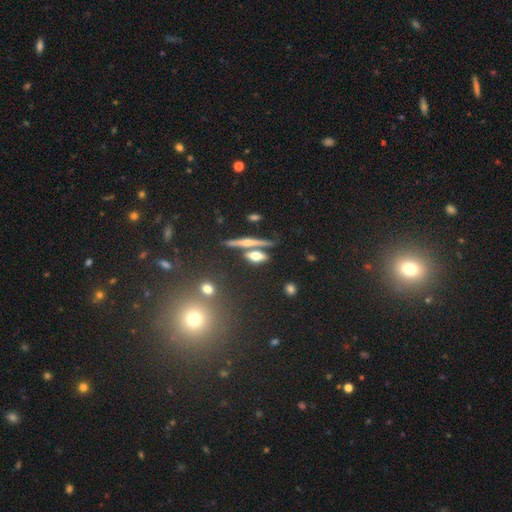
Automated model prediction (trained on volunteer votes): smooth 52%, featured or disk 36%, star or artifact 12%. Down the decision tree: how rounded — in between (46%); merging — none (67%).